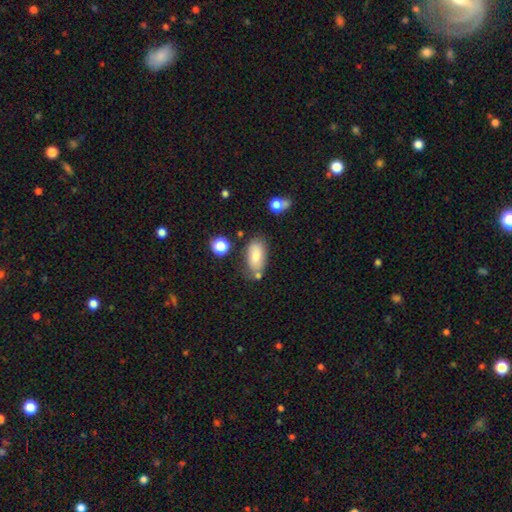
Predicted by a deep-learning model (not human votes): Smooth or featured? Predicted: smooth (p=0.77). How rounded? Predicted: in between (p=0.91). Merging? Predicted: none (p=0.66).